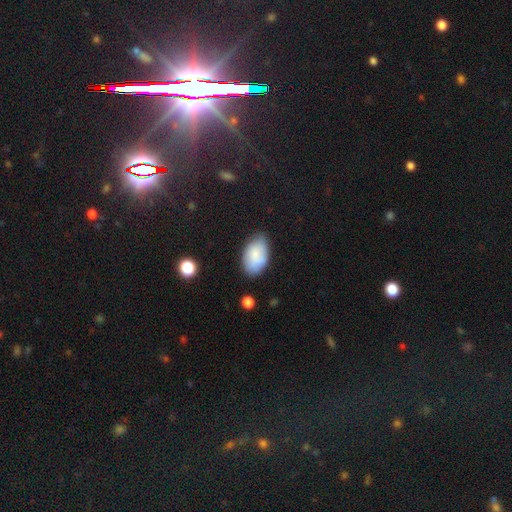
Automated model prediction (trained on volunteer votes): smooth-or-featured: smooth: 82% | featured or disk: 12% | star or artifact: 7%
  how-rounded: in between: 93% | round: 6% | cigar-shaped: 1%
  merging: none: 73% | minor disturbance: 21% | major disturbance: 4% | merger: 2%